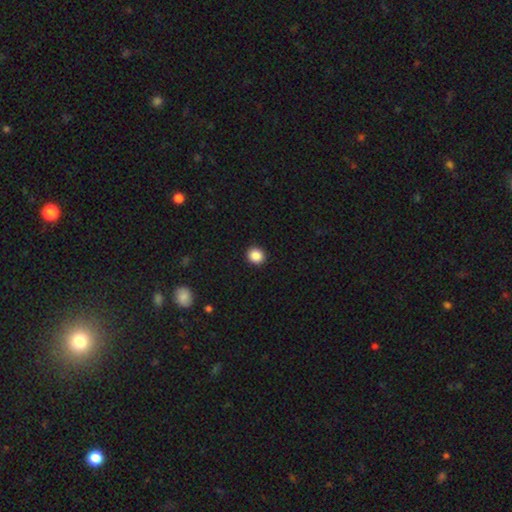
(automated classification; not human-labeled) Smooth or featured?
  - smooth: 88% *
  - star or artifact: 9%
  - featured or disk: 3%
How rounded?
  - round: 86% *
  - in between: 13%
  - cigar-shaped: 1%
Merging?
  - none: 92% *
  - minor disturbance: 5%
  - major disturbance: 2%
  - merger: 1%